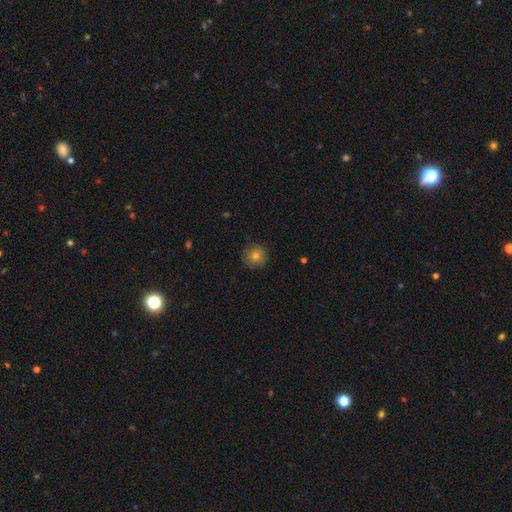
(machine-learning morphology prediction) Smooth or featured: smooth — 77% (star or artifact — 12%)
How rounded: round — 94% (in between — 5%)
Merging: none — 86% (minor disturbance — 10%)